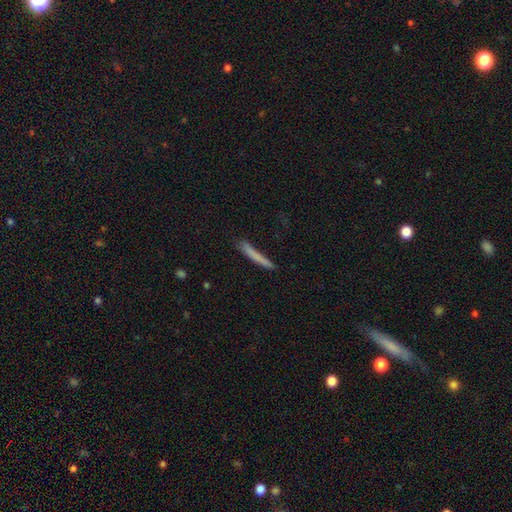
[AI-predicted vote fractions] The model was most divided on "smooth or featured": smooth: 75%, featured or disk: 19%, star or artifact: 6%. More confident: how rounded — cigar-shaped (96%); merging — none (83%).